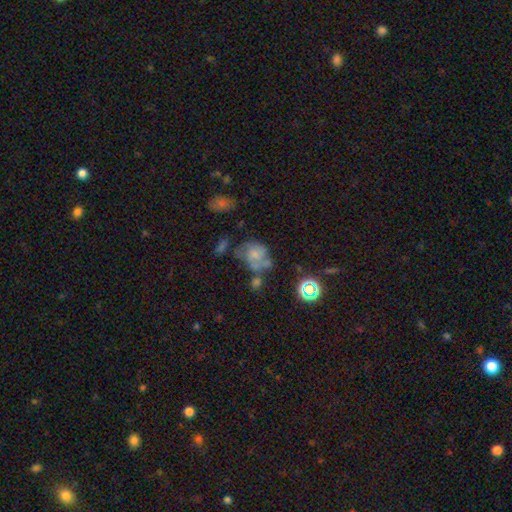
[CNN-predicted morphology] smooth 44%, featured or disk 39%, star or artifact 17%. Down the decision tree: merging — none (30%).